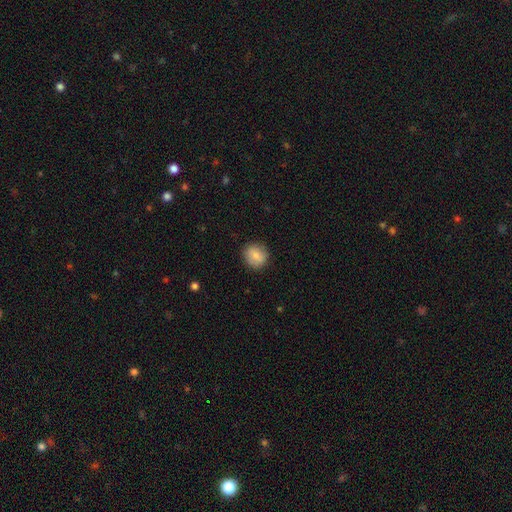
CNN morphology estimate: Smooth or featured? smooth (80%)
How rounded? round (85%)
Merging? none (87%)